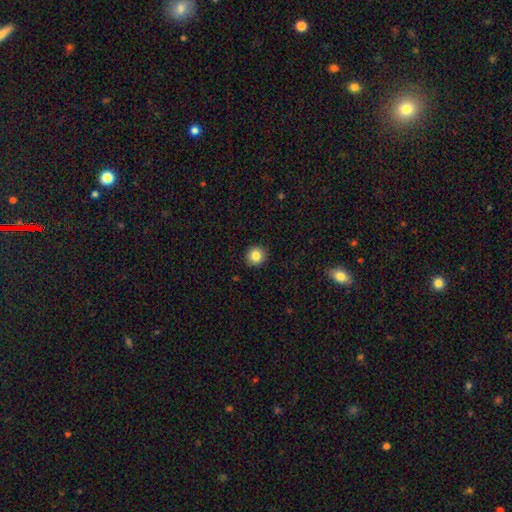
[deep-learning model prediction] A smooth galaxy with no disk features (84%) that is round (93%).

Vote fractions:
- Smooth or featured? smooth: 84% / star or artifact: 10% / featured or disk: 6%
- How rounded? round: 93% / in between: 6% / cigar-shaped: 1%
- Merging? none: 93% / minor disturbance: 5% / major disturbance: 2% / merger: 1%